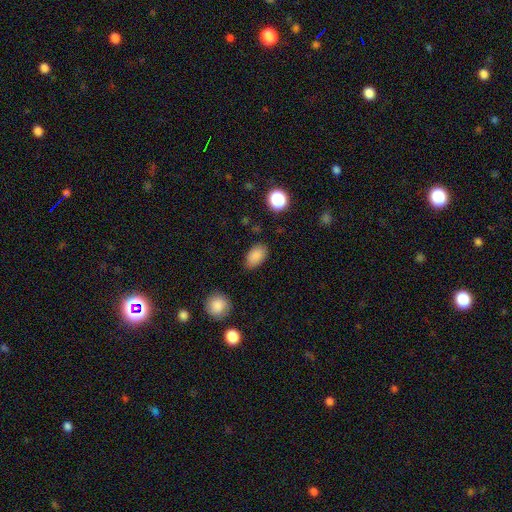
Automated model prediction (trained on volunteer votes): The model was most divided on "merging": none: 81%, minor disturbance: 14%, major disturbance: 3%, merger: 2%. More confident: how rounded — in between (88%); smooth or featured — smooth (86%).